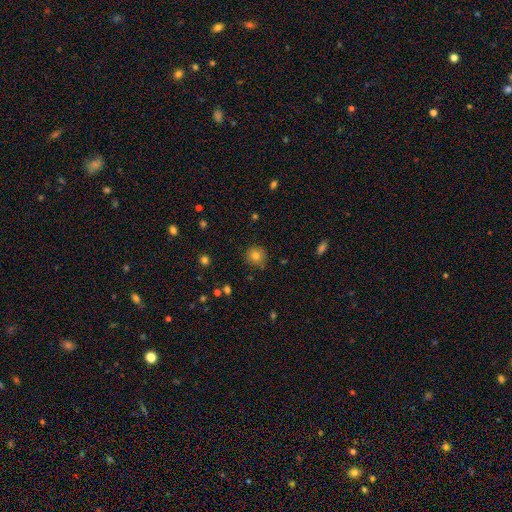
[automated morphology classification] smooth-or-featured: smooth: 78% | star or artifact: 13% | featured or disk: 9%
  how-rounded: round: 92% | in between: 7% | cigar-shaped: 1%
  merging: none: 85% | minor disturbance: 10% | major disturbance: 2% | merger: 2%